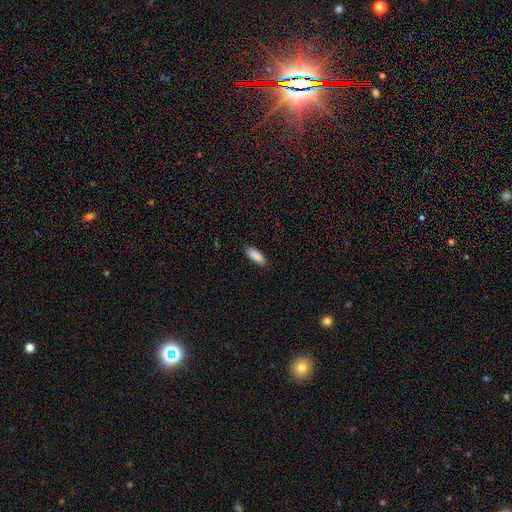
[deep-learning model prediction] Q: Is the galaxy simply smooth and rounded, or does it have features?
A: smooth — 89%.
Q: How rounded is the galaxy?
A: in between — 65%.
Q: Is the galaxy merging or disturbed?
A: none — 86%.